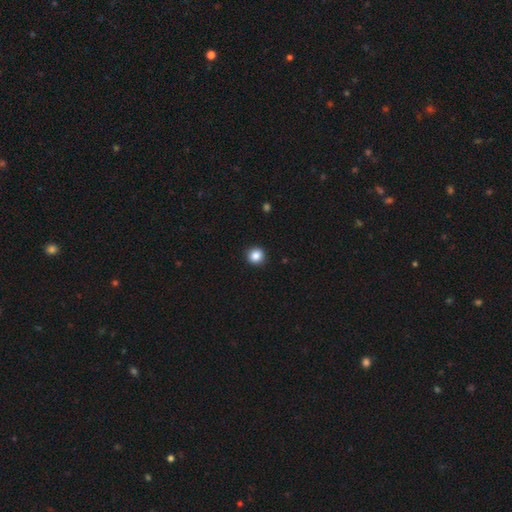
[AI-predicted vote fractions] Smooth or featured?
  - smooth: 86% *
  - star or artifact: 10%
  - featured or disk: 4%
How rounded?
  - round: 93% *
  - in between: 6%
  - cigar-shaped: 1%
Merging?
  - none: 93% *
  - minor disturbance: 5%
  - major disturbance: 2%
  - merger: 1%